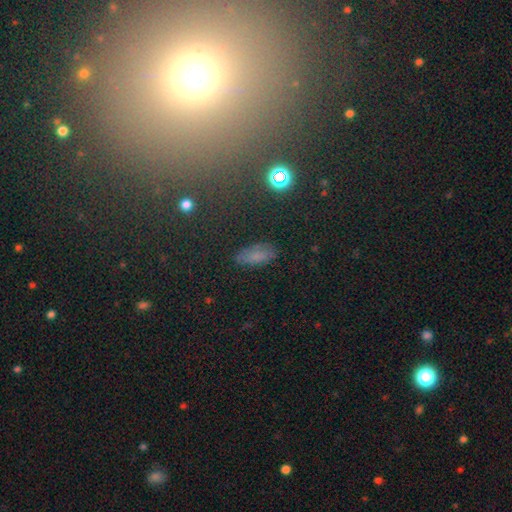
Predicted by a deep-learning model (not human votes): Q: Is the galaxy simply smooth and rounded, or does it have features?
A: smooth — 66%.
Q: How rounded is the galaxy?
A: in between — 83%.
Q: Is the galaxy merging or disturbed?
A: none — 80%.